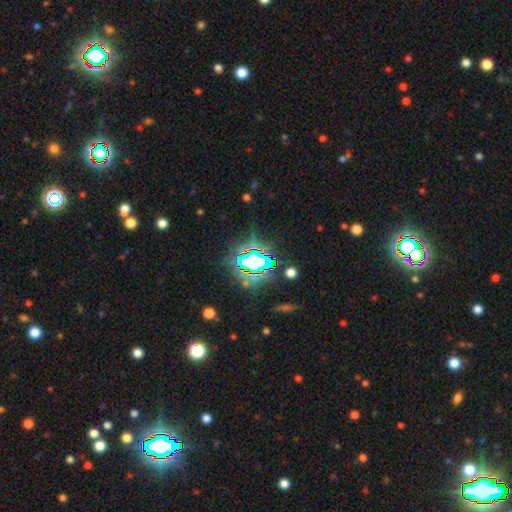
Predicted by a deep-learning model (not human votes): This is likely a star or artifact rather than a galaxy (72%).